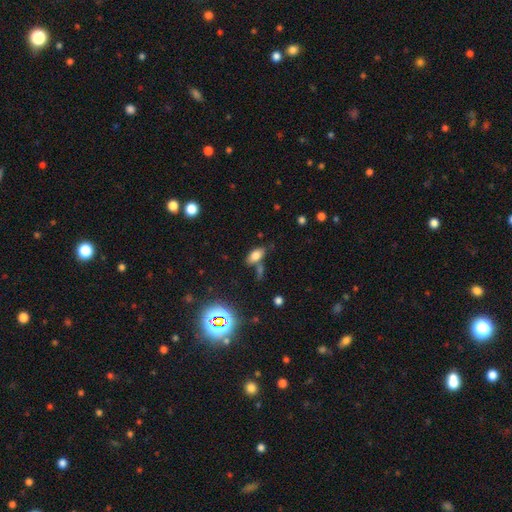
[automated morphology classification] This is likely a smooth galaxy (75%). How rounded: clearly in between (89%). Merging: possibly none (60%).